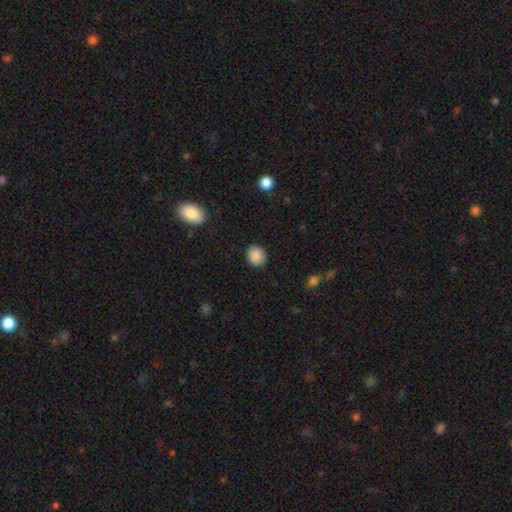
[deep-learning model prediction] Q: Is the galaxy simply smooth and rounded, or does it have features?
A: smooth — 89%.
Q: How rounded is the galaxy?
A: round — 64%.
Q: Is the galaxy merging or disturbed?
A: none — 89%.